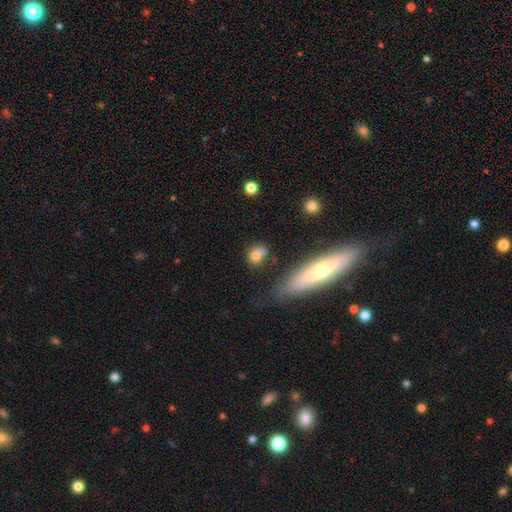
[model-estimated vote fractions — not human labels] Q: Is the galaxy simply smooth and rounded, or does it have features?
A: smooth — 75%.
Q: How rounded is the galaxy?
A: round — 55%.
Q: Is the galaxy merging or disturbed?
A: none — 57%.